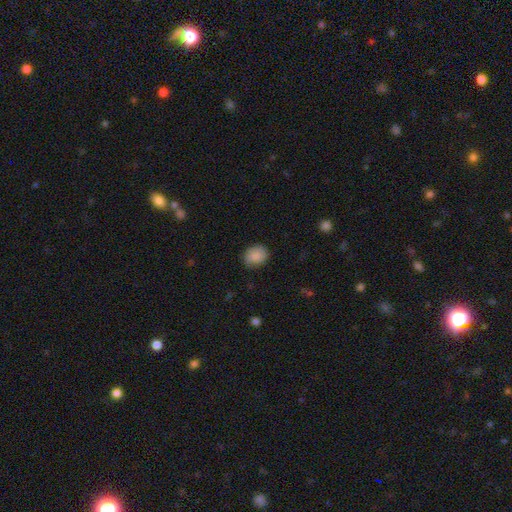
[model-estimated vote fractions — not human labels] smooth 87%, star or artifact 7%, featured or disk 6%. Down the decision tree: how rounded — round (61%); merging — none (78%).